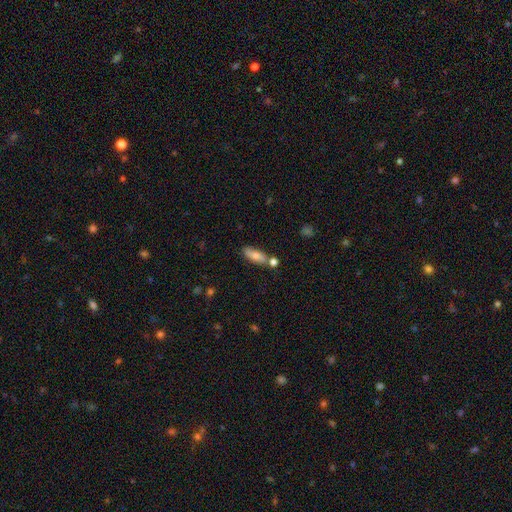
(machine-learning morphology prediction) Q: Smooth or featured?
A: smooth (71%); runner-up: featured or disk (21%)
Q: How rounded?
A: in between (61%); runner-up: cigar-shaped (36%)
Q: Merging?
A: none (65%); runner-up: minor disturbance (16%)